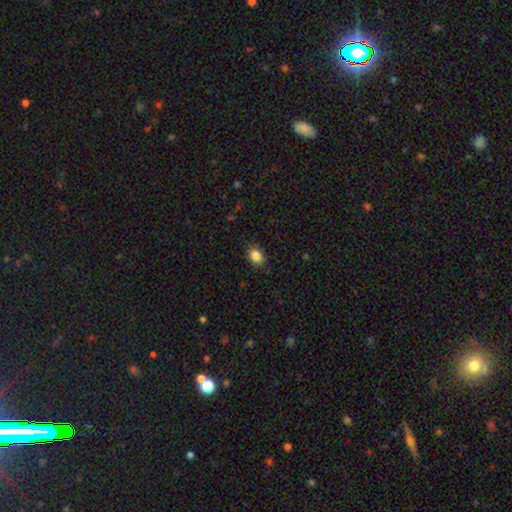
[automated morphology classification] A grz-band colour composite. It shows a smooth galaxy with no disk features (87%) that is in between round and cigar-shaped (73%). Merging: none (85%).